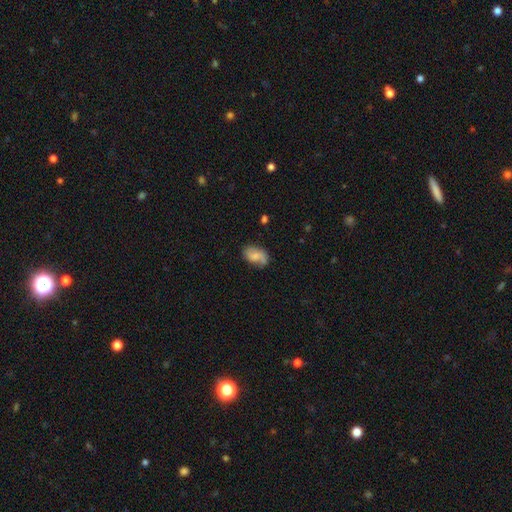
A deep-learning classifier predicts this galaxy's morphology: smooth-or-featured: smooth: 55% | featured or disk: 37% | star or artifact: 9%
  how-rounded: in between: 88% | round: 10% | cigar-shaped: 2%
  merging: none: 63% | minor disturbance: 26% | major disturbance: 8% | merger: 3%